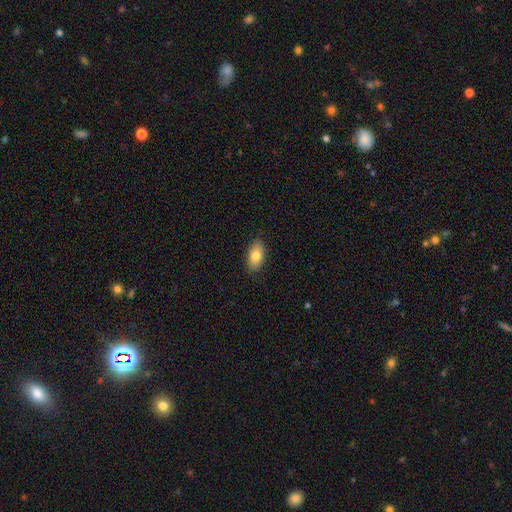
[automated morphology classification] This appears to be a smooth galaxy with no disk features (79%) that is in between round and cigar-shaped (91%). Merging: none (87%).